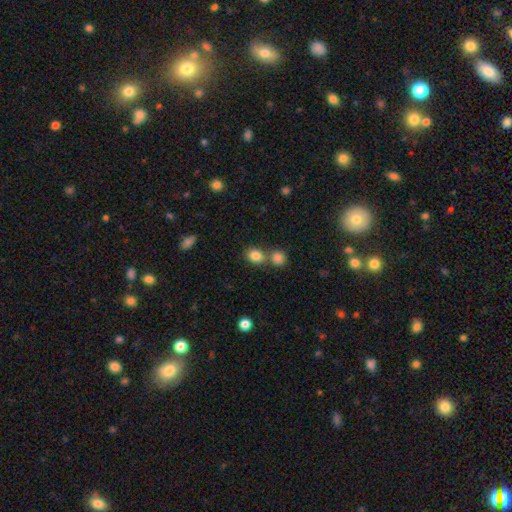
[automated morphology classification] Smooth or featured? Predicted: smooth (p=0.84). How rounded? Predicted: round (p=0.56). Merging? Predicted: none (p=0.52).